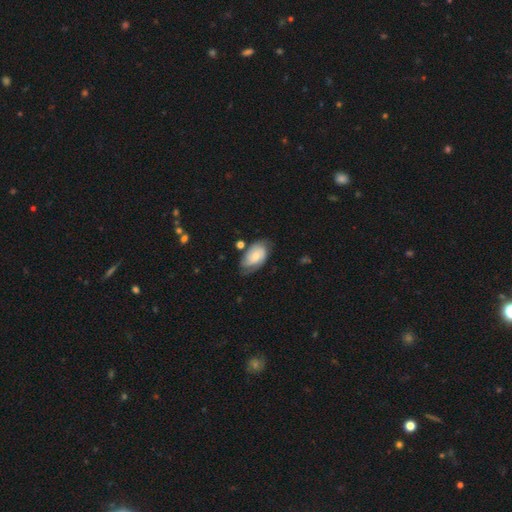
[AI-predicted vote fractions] Smooth or featured?
  - featured or disk: 53% *
  - smooth: 40%
  - star or artifact: 7%
Edge-on disk?
  - no: 95% *
  - yes: 5%
Merging?
  - none: 61% *
  - minor disturbance: 25%
  - major disturbance: 9%
  - merger: 5%